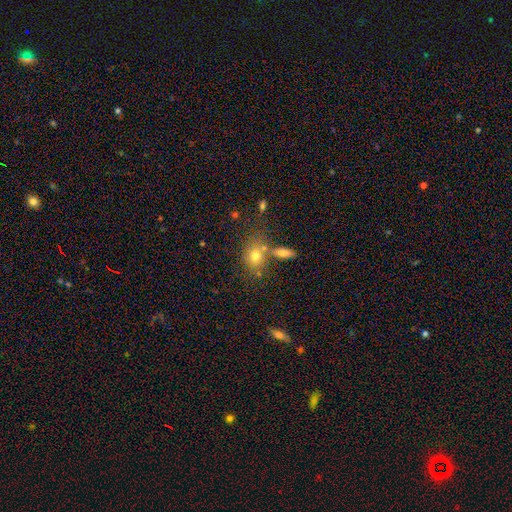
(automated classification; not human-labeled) smooth-or-featured: smooth: 73% | featured or disk: 15% | star or artifact: 12%
  how-rounded: in between: 53% | round: 45% | cigar-shaped: 2%
  merging: none: 54% | merger: 27% | minor disturbance: 13% | major disturbance: 6%